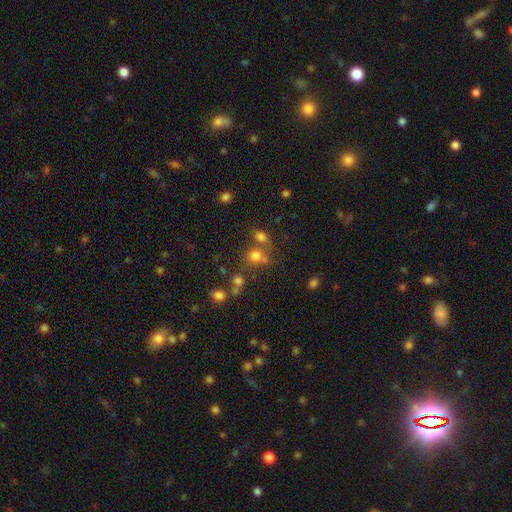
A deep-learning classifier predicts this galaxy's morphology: Overall: smooth (70%). How rounded: round (77%). Merging: none (50%; merger 34%).